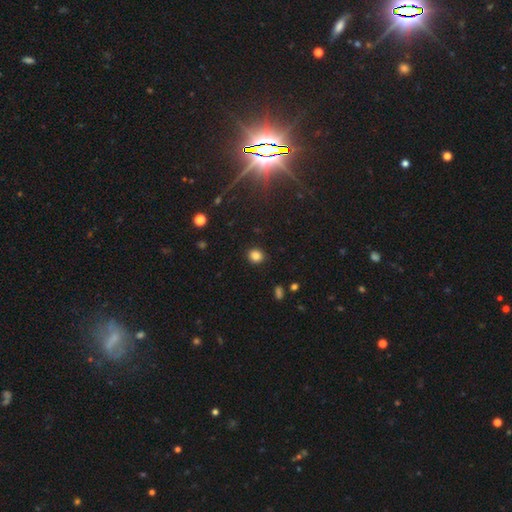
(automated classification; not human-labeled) Q: Smooth or featured?
A: smooth (84%); runner-up: star or artifact (12%)
Q: How rounded?
A: round (80%); runner-up: in between (19%)
Q: Merging?
A: none (91%); runner-up: minor disturbance (6%)